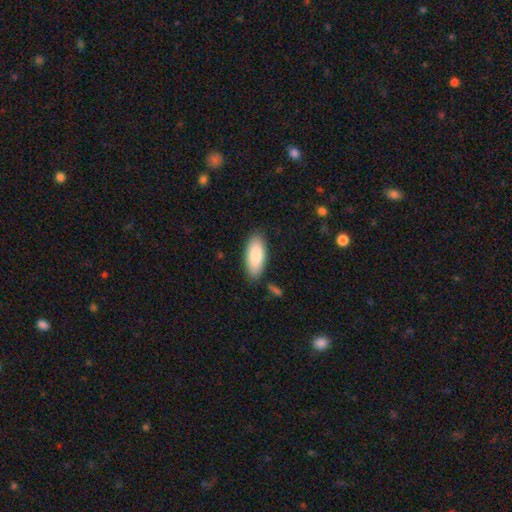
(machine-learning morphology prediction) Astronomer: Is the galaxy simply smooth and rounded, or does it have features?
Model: smooth — 86%.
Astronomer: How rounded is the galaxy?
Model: in between — 84%.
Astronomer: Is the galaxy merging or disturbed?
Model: none — 85%.